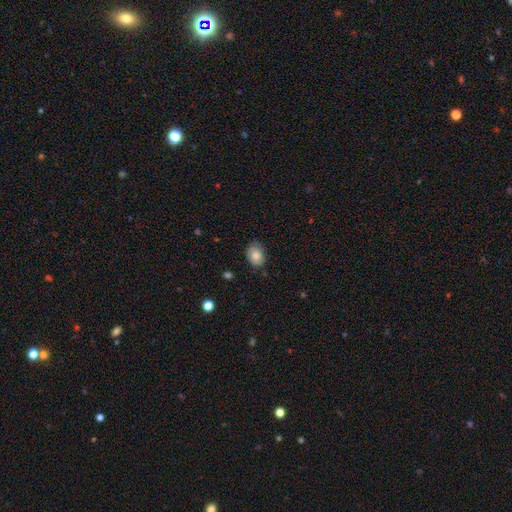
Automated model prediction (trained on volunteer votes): Smooth or featured?
  - smooth: 81% *
  - featured or disk: 11%
  - star or artifact: 8%
How rounded?
  - in between: 64% *
  - round: 35%
  - cigar-shaped: 1%
Merging?
  - none: 72% *
  - minor disturbance: 22%
  - major disturbance: 4%
  - merger: 1%